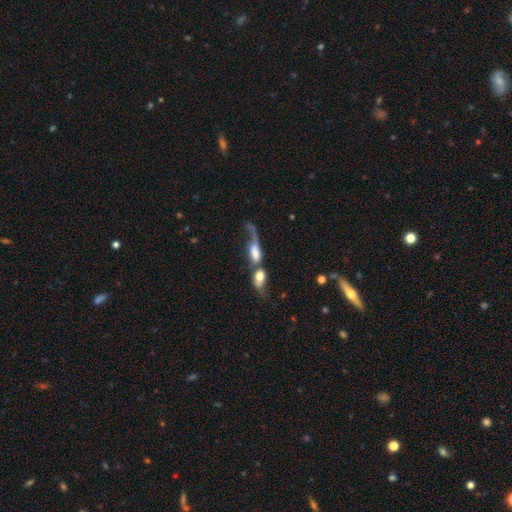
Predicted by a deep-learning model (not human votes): featured or disk 61%, smooth 25%, star or artifact 14%. Down the decision tree: edge-on disk — yes (52%); merging — merger (40%).